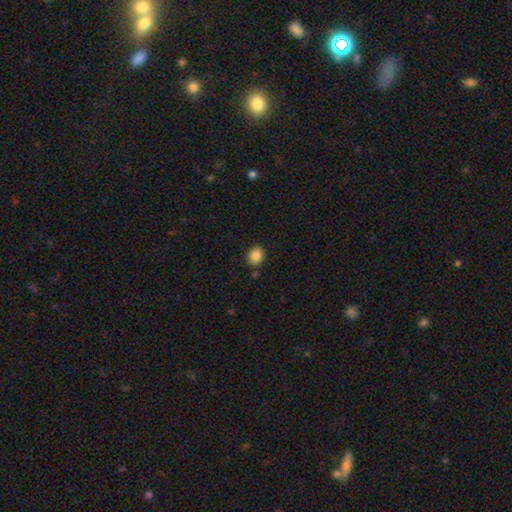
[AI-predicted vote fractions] Smooth or featured: smooth — 87% (star or artifact — 9%)
How rounded: round — 64% (in between — 35%)
Merging: none — 86% (minor disturbance — 9%)